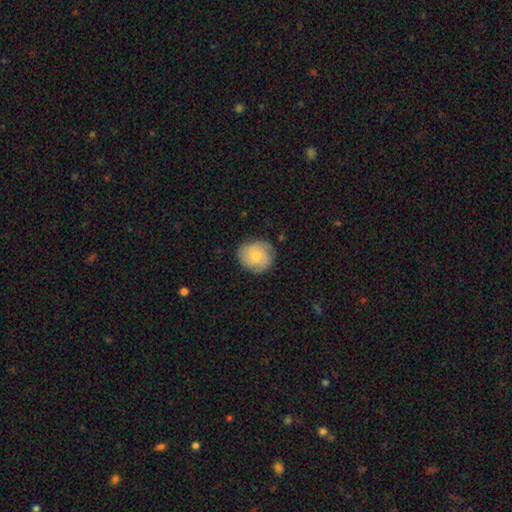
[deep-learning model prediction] A smooth galaxy with no disk features (57%) that is round (81%).

Vote fractions:
- Smooth or featured? smooth: 57% / featured or disk: 35% / star or artifact: 7%
- How rounded? round: 81% / in between: 18% / cigar-shaped: 1%
- Merging? none: 80% / minor disturbance: 15% / major disturbance: 4% / merger: 1%